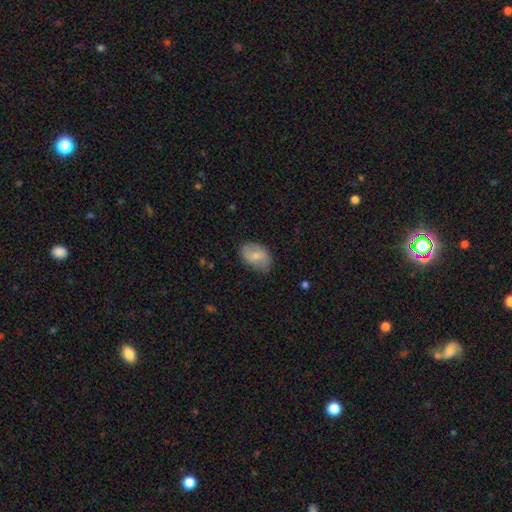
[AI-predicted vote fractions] The model was most divided on "smooth or featured": smooth: 59%, featured or disk: 35%, star or artifact: 7%. More confident: how rounded — in between (85%); merging — none (74%).